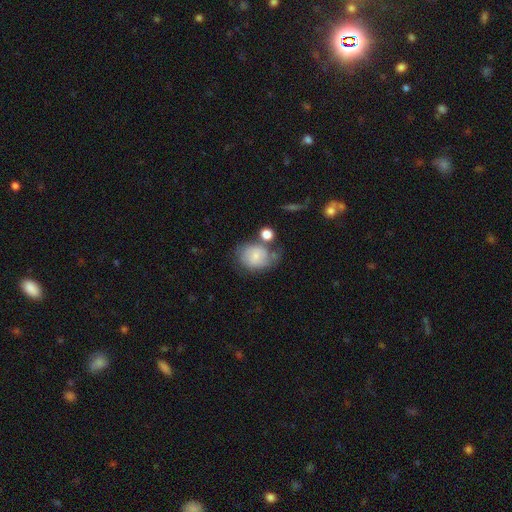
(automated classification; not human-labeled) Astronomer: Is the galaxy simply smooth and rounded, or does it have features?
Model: smooth — 68%.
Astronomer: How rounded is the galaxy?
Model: round — 57% (runner-up: in between, 42%).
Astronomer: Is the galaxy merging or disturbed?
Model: none — 44% (runner-up: minor disturbance, 24%).